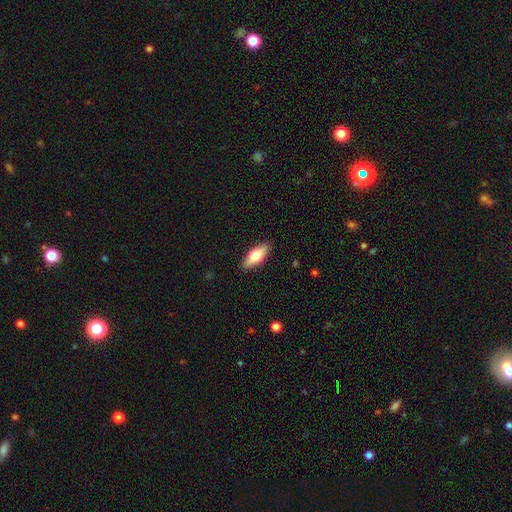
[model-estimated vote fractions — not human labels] A smooth galaxy with no disk features (68%) that is in between round and cigar-shaped (74%). Merging: none (89%).